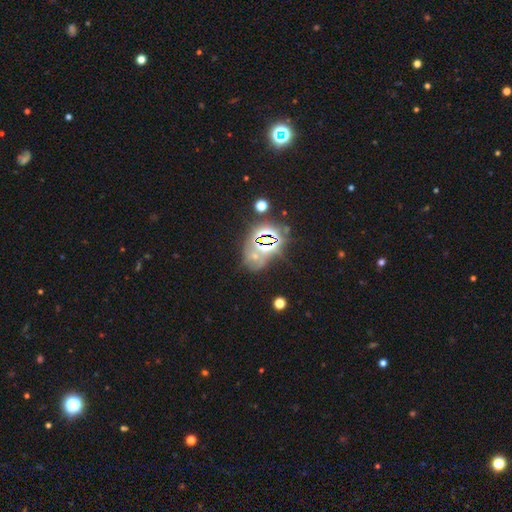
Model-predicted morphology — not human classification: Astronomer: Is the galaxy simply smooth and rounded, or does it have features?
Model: star or artifact — 59%.